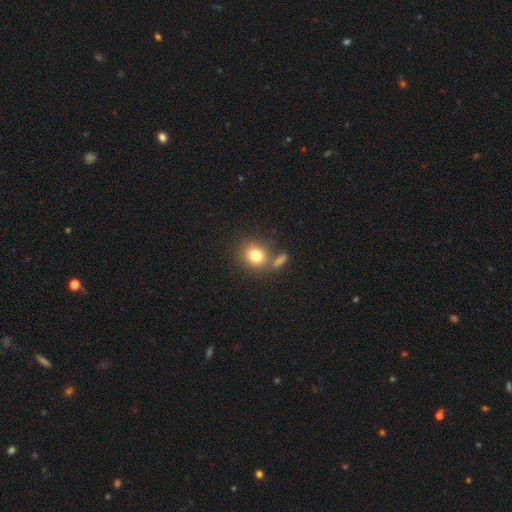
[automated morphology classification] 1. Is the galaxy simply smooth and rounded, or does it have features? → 79% smooth, 11% star or artifact, 10% featured or disk.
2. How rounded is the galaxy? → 76% round, 23% in between, 1% cigar-shaped.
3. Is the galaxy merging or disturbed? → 63% none, 21% merger, 11% minor disturbance, 5% major disturbance.